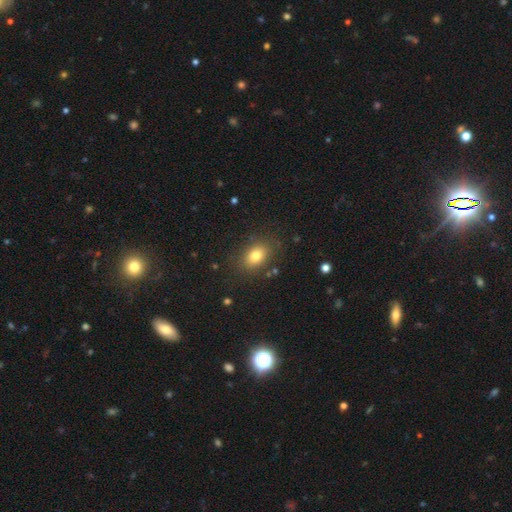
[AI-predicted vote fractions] The model was most divided on "how rounded": in between: 75%, round: 23%, cigar-shaped: 1%. More confident: merging — none (82%); smooth or featured — smooth (79%).